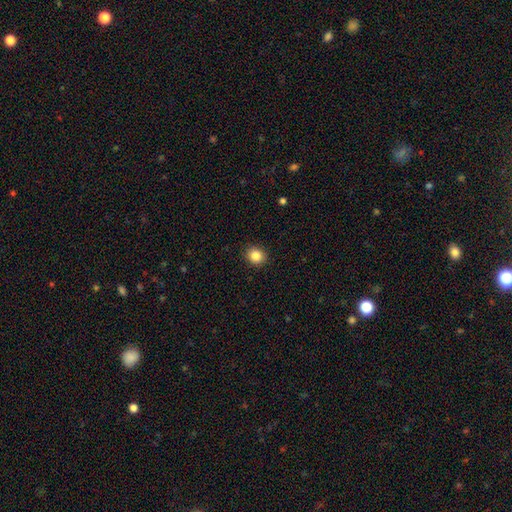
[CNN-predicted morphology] Smooth or featured?
  - smooth: 86% *
  - star or artifact: 10%
  - featured or disk: 4%
How rounded?
  - round: 81% *
  - in between: 19%
  - cigar-shaped: 1%
Merging?
  - none: 91% *
  - minor disturbance: 6%
  - major disturbance: 2%
  - merger: 1%